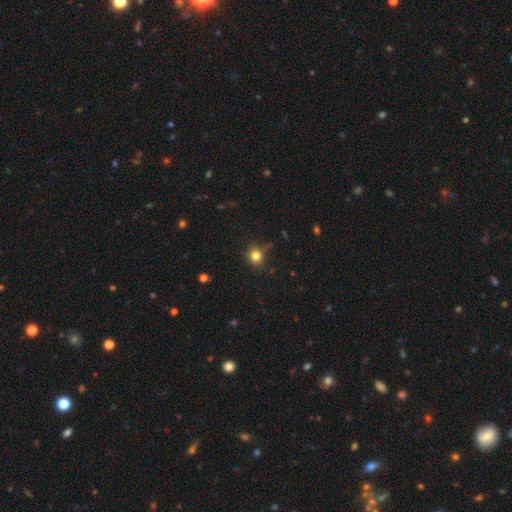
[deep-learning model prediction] Smooth or featured? Predicted: smooth (p=0.80). How rounded? Predicted: round (p=0.83). Merging? Predicted: none (p=0.78).